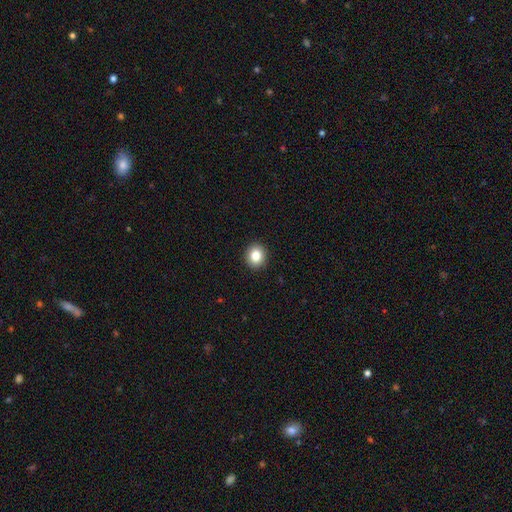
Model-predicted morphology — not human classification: Smooth or featured?
  - smooth: 83% *
  - star or artifact: 10%
  - featured or disk: 7%
How rounded?
  - round: 79% *
  - in between: 20%
  - cigar-shaped: 1%
Merging?
  - none: 93% *
  - minor disturbance: 5%
  - major disturbance: 2%
  - merger: 1%